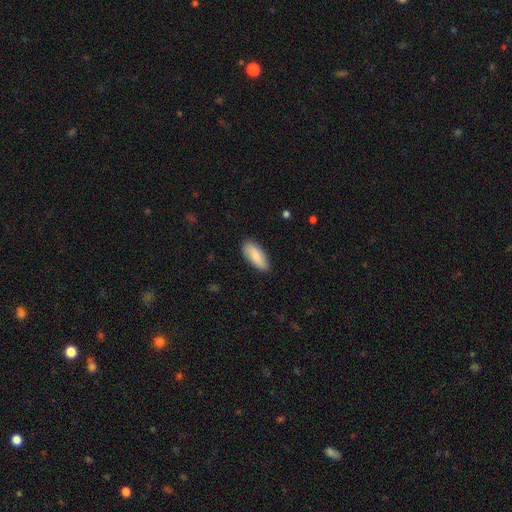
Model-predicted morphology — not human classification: Smooth or featured? Predicted: smooth (p=0.85). How rounded? Predicted: in between (p=0.82). Merging? Predicted: none (p=0.87).